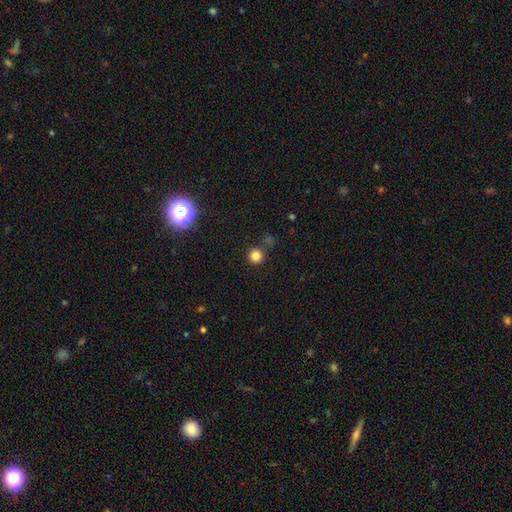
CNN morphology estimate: Smooth or featured: smooth — 82% (star or artifact — 14%)
How rounded: round — 95% (in between — 4%)
Merging: none — 82% (merger — 8%)